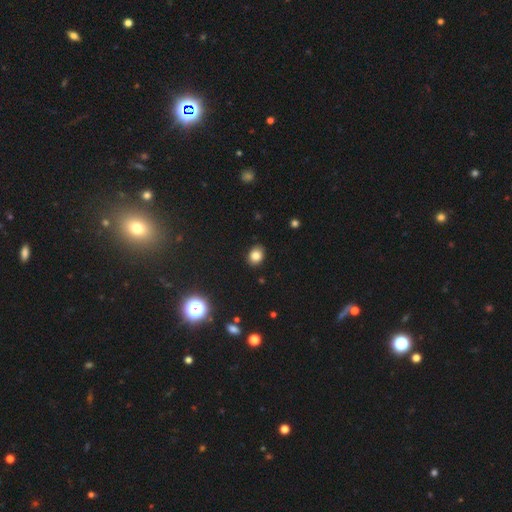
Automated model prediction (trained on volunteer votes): Morphology: type=smooth (82%); roundness=round (50%); merging=none (86%).